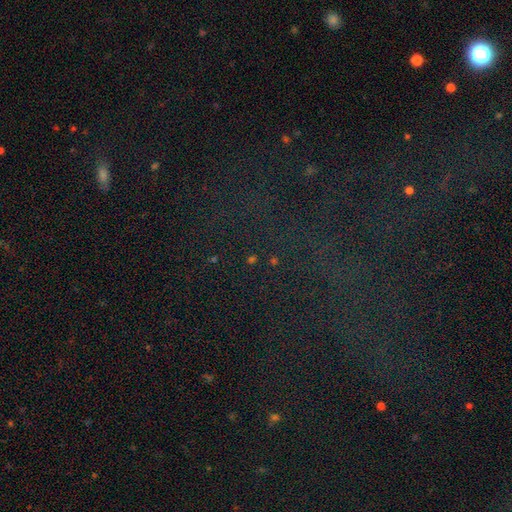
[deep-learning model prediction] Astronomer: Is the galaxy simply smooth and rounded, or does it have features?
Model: star or artifact — 77%.